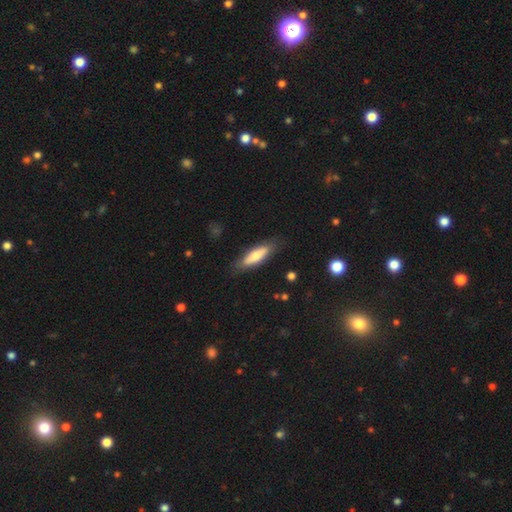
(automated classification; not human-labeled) Q: Smooth or featured?
A: smooth (67%); runner-up: featured or disk (27%)
Q: How rounded?
A: cigar-shaped (56%); runner-up: in between (43%)
Q: Merging?
A: none (80%); runner-up: minor disturbance (15%)